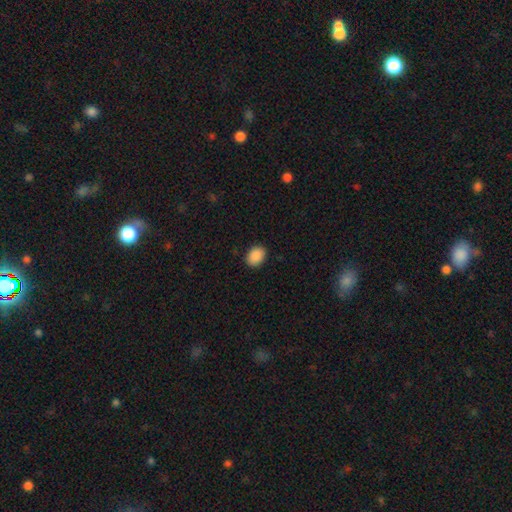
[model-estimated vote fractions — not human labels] Overall: smooth (90%). How rounded: in between (70%). Merging: none (89%).